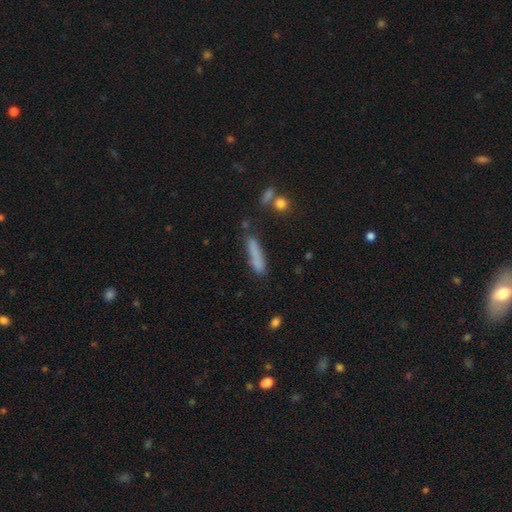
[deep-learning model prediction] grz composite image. It shows a smooth galaxy with no disk features (76%) that is cigar-shaped (86%). Merging: none (68%).